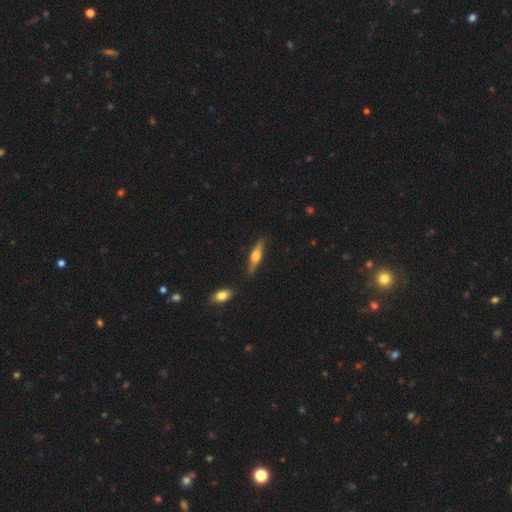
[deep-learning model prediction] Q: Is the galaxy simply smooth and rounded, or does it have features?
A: featured or disk — 60%.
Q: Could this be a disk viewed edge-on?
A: yes — 96%.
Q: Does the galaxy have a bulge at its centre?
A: rounded — 92%.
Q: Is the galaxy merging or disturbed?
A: none — 85%.